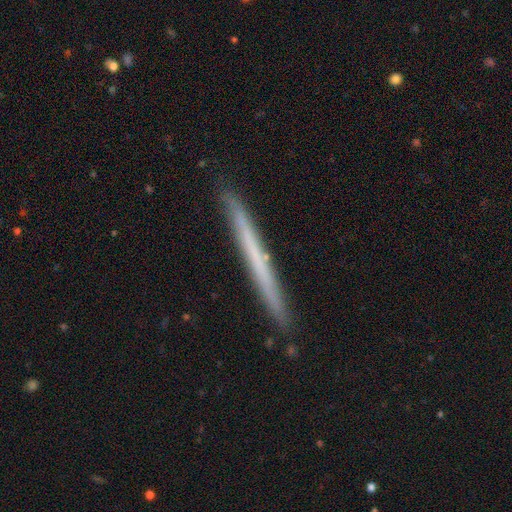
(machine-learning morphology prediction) The model was most divided on "smooth or featured": featured or disk: 48%, smooth: 46%, star or artifact: 6%. More confident: merging — none (91%).